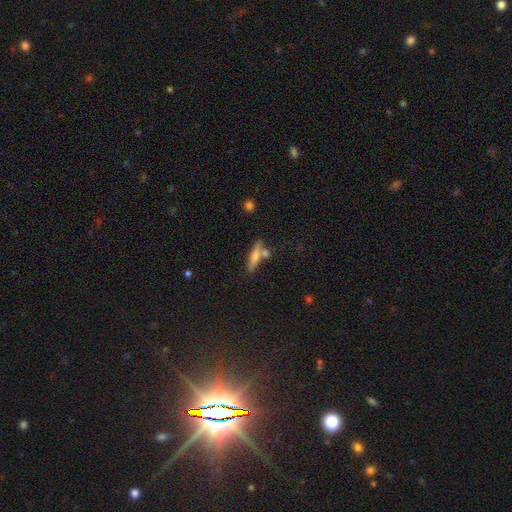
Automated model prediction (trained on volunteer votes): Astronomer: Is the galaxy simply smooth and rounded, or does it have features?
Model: smooth — 65%.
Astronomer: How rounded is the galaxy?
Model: cigar-shaped — 78%.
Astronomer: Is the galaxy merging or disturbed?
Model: none — 60%.